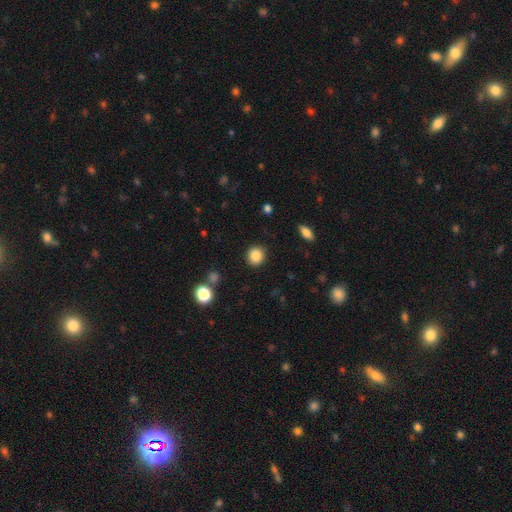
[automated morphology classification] Q: Smooth or featured?
A: smooth (86%); runner-up: star or artifact (10%)
Q: How rounded?
A: round (87%); runner-up: in between (12%)
Q: Merging?
A: none (90%); runner-up: minor disturbance (6%)